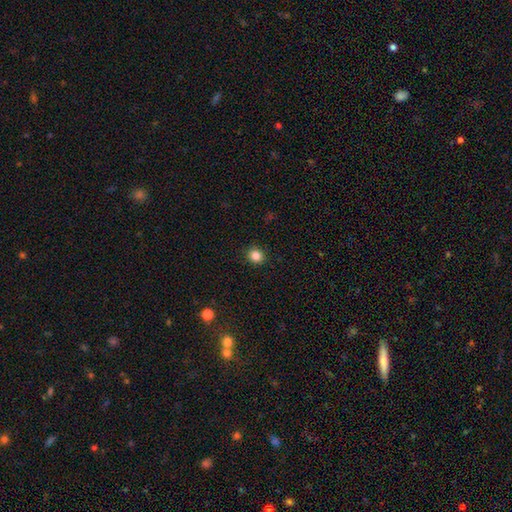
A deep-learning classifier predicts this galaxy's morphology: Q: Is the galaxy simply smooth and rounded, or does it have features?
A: smooth — 85%.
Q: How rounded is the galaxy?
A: round — 84%.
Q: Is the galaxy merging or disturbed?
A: none — 91%.